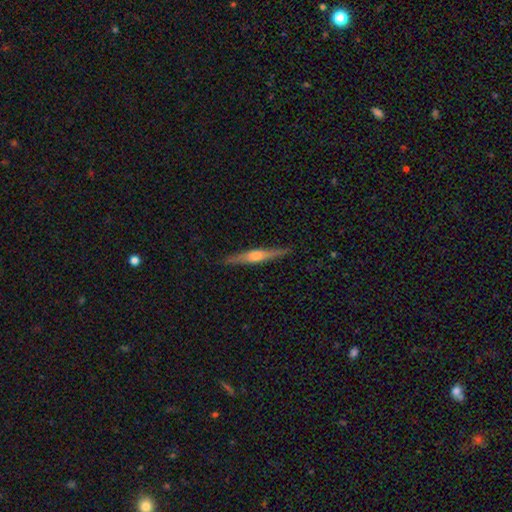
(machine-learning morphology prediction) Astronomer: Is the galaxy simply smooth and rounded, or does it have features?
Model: featured or disk — 64%.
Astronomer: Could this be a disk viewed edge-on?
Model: yes — 97%.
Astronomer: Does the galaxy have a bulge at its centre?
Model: rounded — 77%.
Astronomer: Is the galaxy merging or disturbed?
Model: none — 88%.